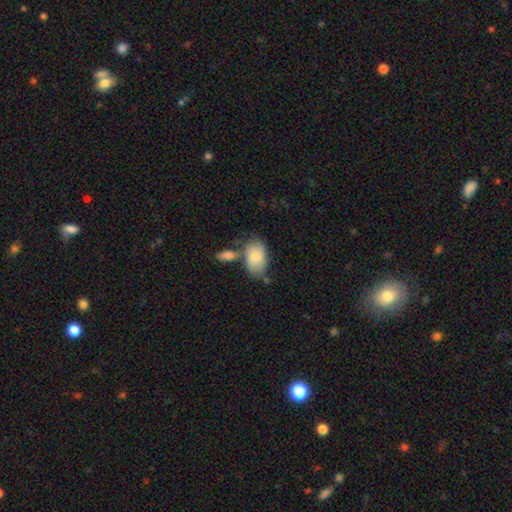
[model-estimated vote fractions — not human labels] Smooth or featured? Predicted: smooth (p=0.79). How rounded? Predicted: in between (p=0.91). Merging? Predicted: none (p=0.48).